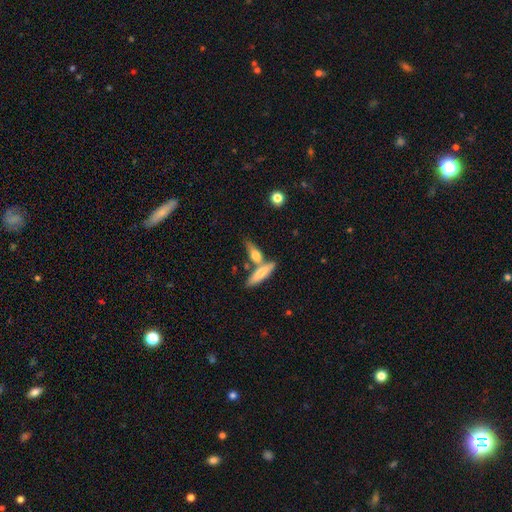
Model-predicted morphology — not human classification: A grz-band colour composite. It shows a smooth galaxy with no disk features (65%) that is cigar-shaped (51%). Merging: none (48%).